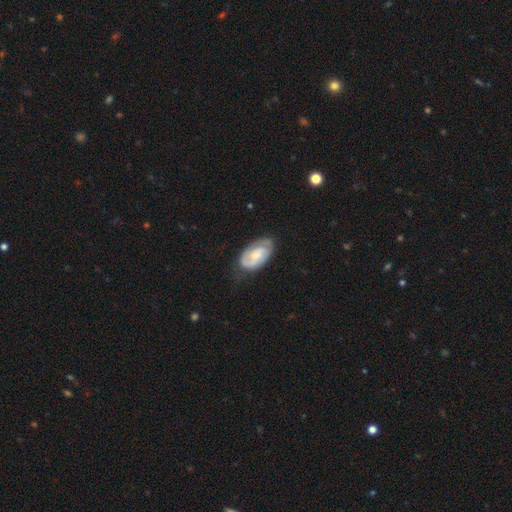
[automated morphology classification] Q: Smooth or featured?
A: featured or disk (61%); runner-up: smooth (33%)
Q: Edge-on disk?
A: no (95%); runner-up: yes (5%)
Q: Bar?
A: no (57%); runner-up: weak (36%)
Q: Spiral arms?
A: yes (82%); runner-up: no (18%)
Q: Bulge size?
A: small (46%); runner-up: moderate (39%)
Q: Merging?
A: none (67%); runner-up: minor disturbance (24%)